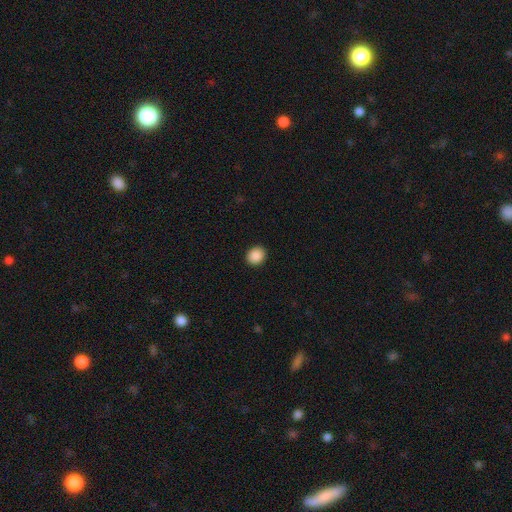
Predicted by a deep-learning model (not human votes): smooth 89%, star or artifact 9%, featured or disk 2%. Down the decision tree: how rounded — round (73%); merging — none (92%).